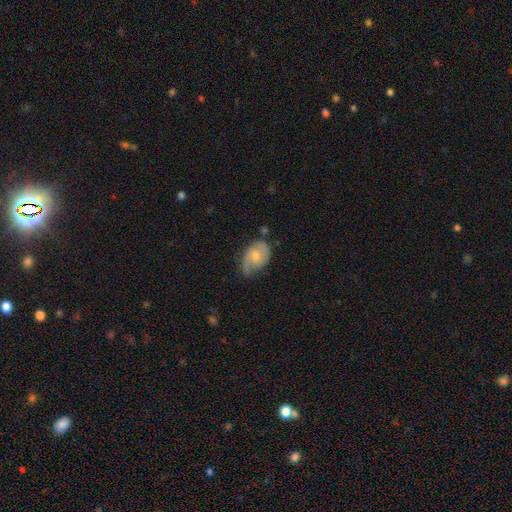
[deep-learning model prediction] Smooth or featured? featured or disk (64%)
Edge-on disk? no (97%)
Bar? no (54%)
Spiral arms? yes (90%)
Spiral winding? medium (45%)
Spiral arm count? 2 (65%)
Bulge size? moderate (49%)
Merging? none (53%)